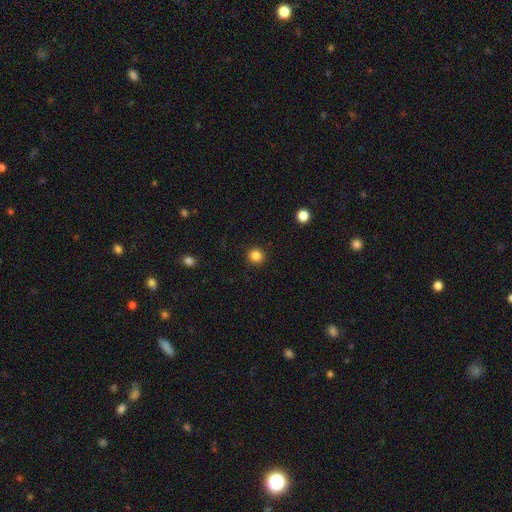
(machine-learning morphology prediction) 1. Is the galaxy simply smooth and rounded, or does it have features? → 85% smooth, 12% star or artifact, 4% featured or disk.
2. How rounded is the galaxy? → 93% round, 6% in between, 1% cigar-shaped.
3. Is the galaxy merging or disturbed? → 92% none, 5% minor disturbance, 2% major disturbance, 1% merger.